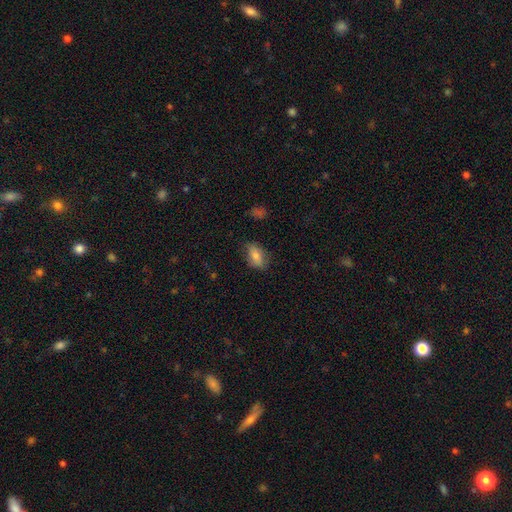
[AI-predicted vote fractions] Smooth or featured?
  - smooth: 77% *
  - featured or disk: 15%
  - star or artifact: 8%
How rounded?
  - in between: 87% *
  - round: 8%
  - cigar-shaped: 5%
Merging?
  - none: 75% *
  - minor disturbance: 19%
  - major disturbance: 4%
  - merger: 1%